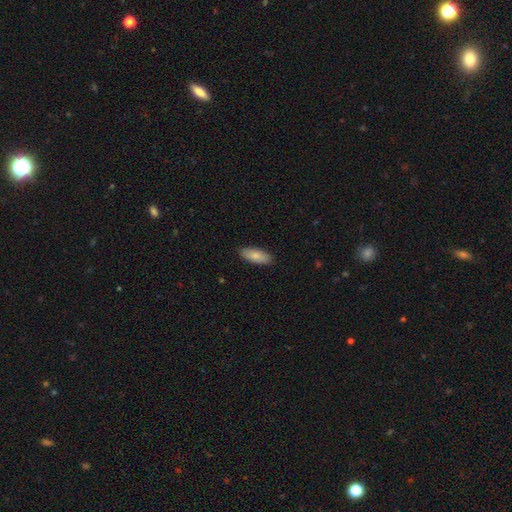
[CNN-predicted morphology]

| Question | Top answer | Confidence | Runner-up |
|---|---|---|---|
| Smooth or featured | smooth | 84% | featured or disk (10%) |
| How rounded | in between | 81% | cigar-shaped (17%) |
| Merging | none | 88% | minor disturbance (9%) |